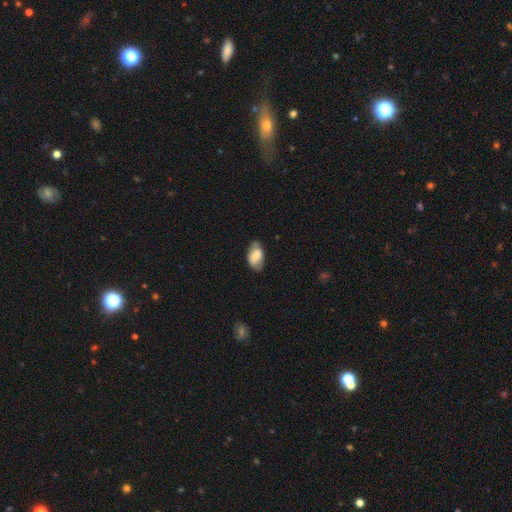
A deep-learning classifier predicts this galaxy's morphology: smooth-or-featured: smooth: 74% | featured or disk: 19% | star or artifact: 7%
  how-rounded: in between: 92% | round: 7% | cigar-shaped: 2%
  merging: none: 66% | minor disturbance: 26% | major disturbance: 7% | merger: 2%